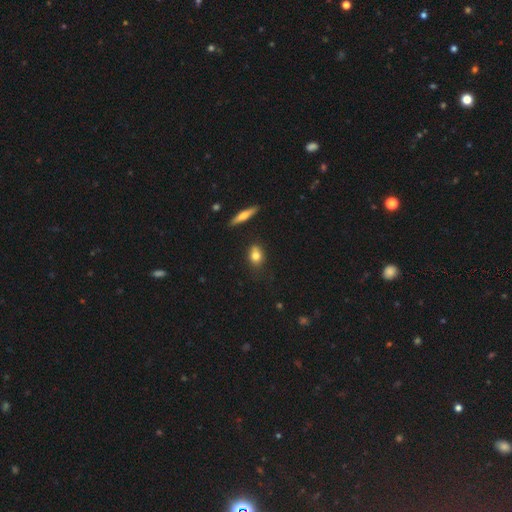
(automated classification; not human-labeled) The model was most divided on "how rounded": in between: 61%, round: 33%, cigar-shaped: 6%. More confident: smooth or featured — smooth (77%); merging — none (76%).